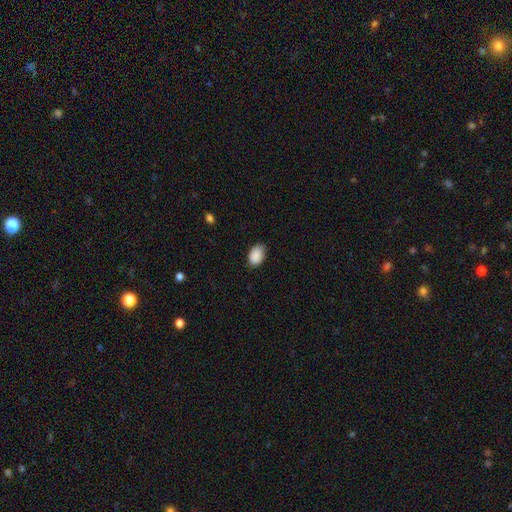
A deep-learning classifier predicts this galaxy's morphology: Smooth or featured? Predicted: smooth (p=0.90). How rounded? Predicted: in between (p=0.85). Merging? Predicted: none (p=0.76).